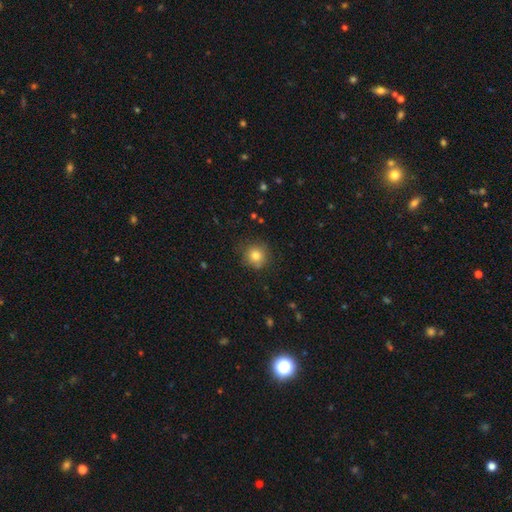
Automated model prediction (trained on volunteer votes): Smooth or featured? Predicted: smooth (p=0.80). How rounded? Predicted: round (p=0.92). Merging? Predicted: none (p=0.83).